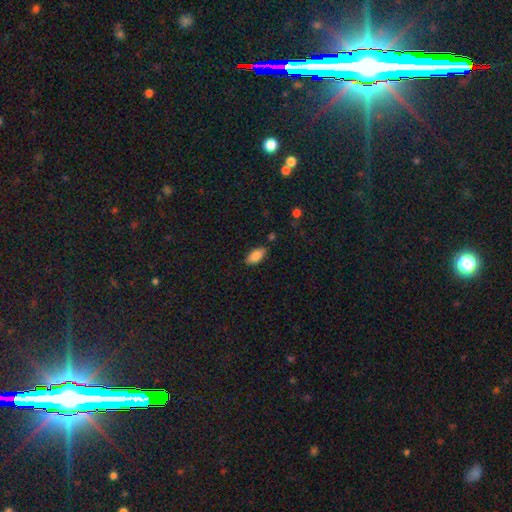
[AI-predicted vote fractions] Smooth or featured?
  - smooth: 83% *
  - featured or disk: 10%
  - star or artifact: 7%
How rounded?
  - in between: 89% *
  - cigar-shaped: 9%
  - round: 2%
Merging?
  - none: 79% *
  - minor disturbance: 15%
  - merger: 3%
  - major disturbance: 3%